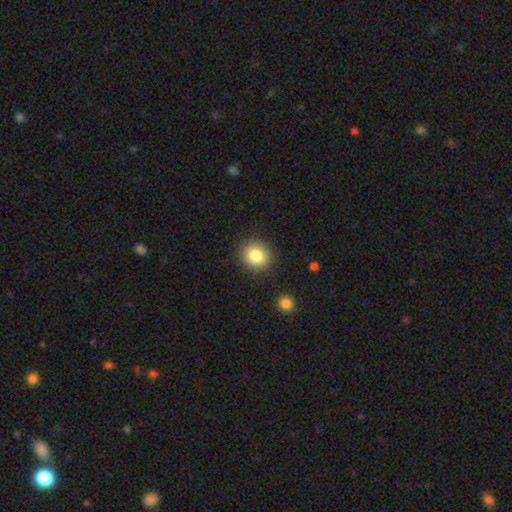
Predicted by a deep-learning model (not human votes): smooth_or_featured: smooth (p=0.83) [alt: star or artifact p=0.10]
how_rounded: round (p=0.83) [alt: in between p=0.16]
merging: none (p=0.89) [alt: minor disturbance p=0.07]